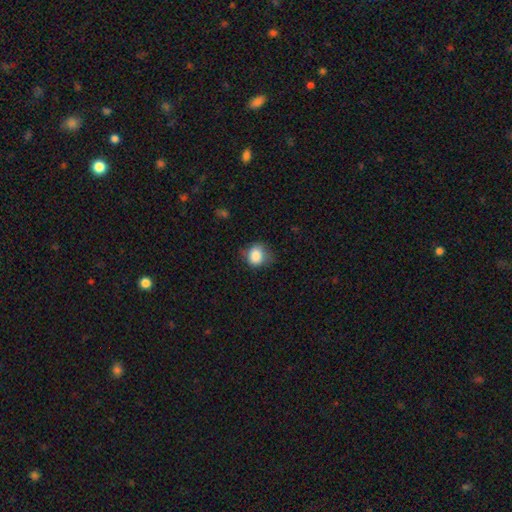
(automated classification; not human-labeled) Smooth or featured? Predicted: smooth (p=0.84). How rounded? Predicted: round (p=0.71). Merging? Predicted: none (p=0.57).